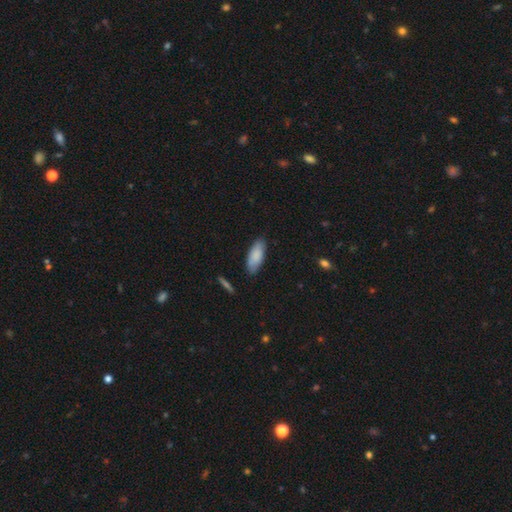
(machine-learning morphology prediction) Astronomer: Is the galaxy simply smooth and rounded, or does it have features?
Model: smooth — 85%.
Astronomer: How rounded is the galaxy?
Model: in between — 80%.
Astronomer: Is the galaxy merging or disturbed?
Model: none — 81%.